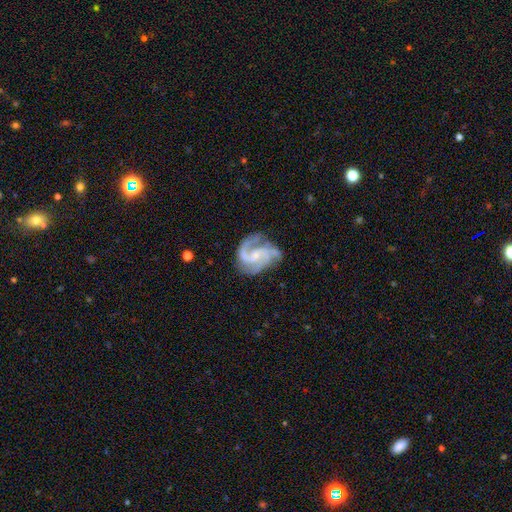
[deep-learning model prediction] The model was most divided on "bar": no: 49%, weak: 40%, strong: 11%. More confident: edge-on disk — no (98%); spiral arms — yes (98%); smooth or featured — featured or disk (90%); merging — none (66%); spiral arm count — 3 (57%); bulge size — small (57%); spiral winding — medium (56%).